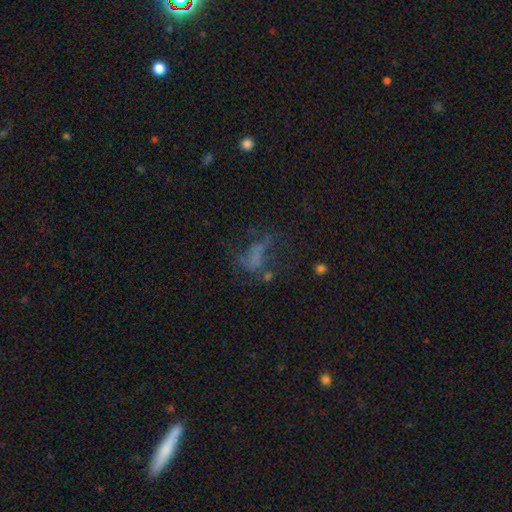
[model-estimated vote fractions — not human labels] Smooth or featured: featured or disk — 40% (smooth — 32%)
Merging: major disturbance — 42% (none — 36%)